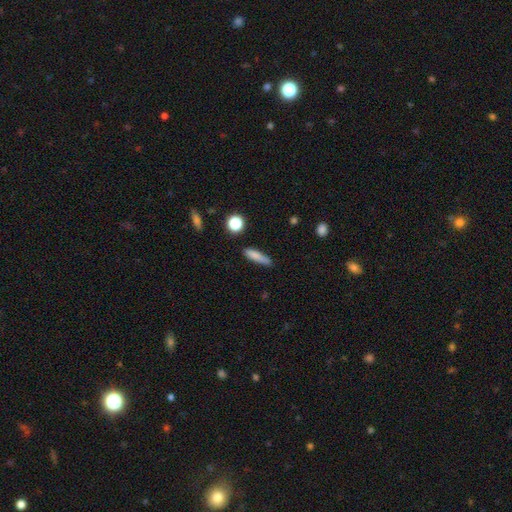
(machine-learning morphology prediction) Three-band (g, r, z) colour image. It shows a smooth galaxy with no disk features (81%) that is cigar-shaped (75%). Merging: none (78%).